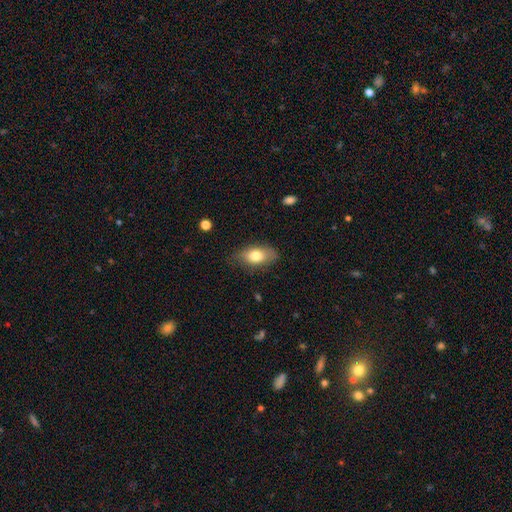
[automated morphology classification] The model was most divided on "merging": none: 74%, minor disturbance: 21%, major disturbance: 5%, merger: 1%. More confident: how rounded — in between (88%); smooth or featured — smooth (75%).